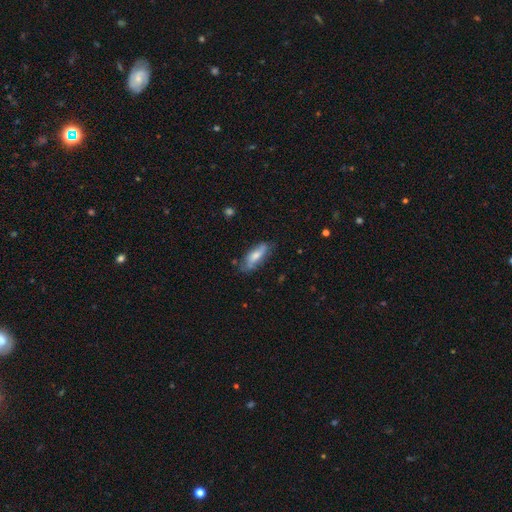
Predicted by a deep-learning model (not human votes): A smooth galaxy with no disk features (63%) that is in between round and cigar-shaped (65%).

Vote fractions:
- Smooth or featured? smooth: 63% / featured or disk: 31% / star or artifact: 7%
- How rounded? in between: 65% / cigar-shaped: 33% / round: 2%
- Merging? none: 66% / minor disturbance: 25% / major disturbance: 6% / merger: 3%